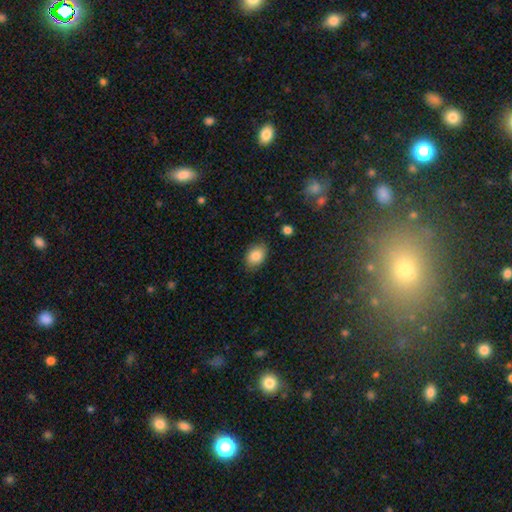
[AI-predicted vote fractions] Morphology: type=smooth (85%); roundness=in between (81%); merging=none (83%).